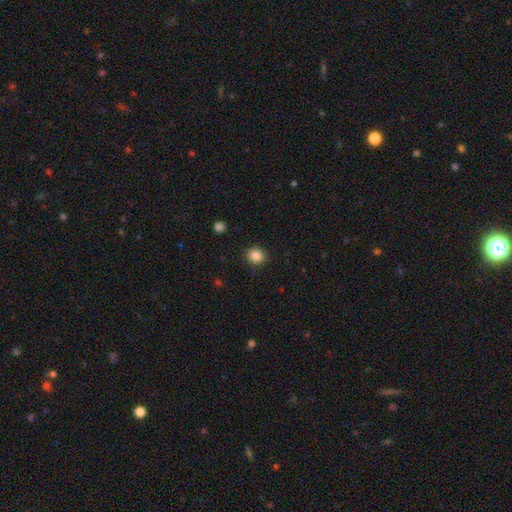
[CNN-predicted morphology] This is clearly a smooth galaxy (86%). How rounded: likely round (76%). Merging: clearly none (89%).